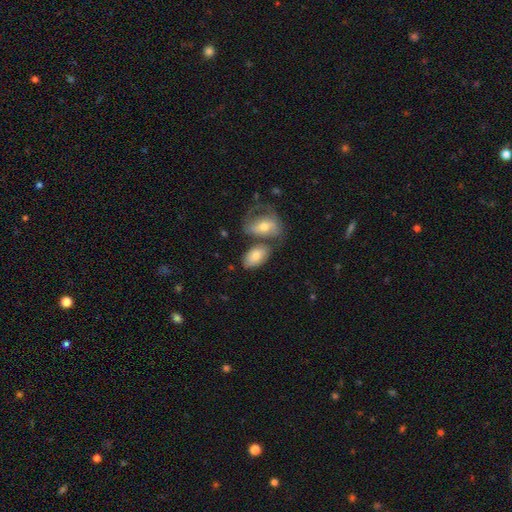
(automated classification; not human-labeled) Overall: smooth (70%). How rounded: in between (91%). Merging: none (44%; merger 34%).